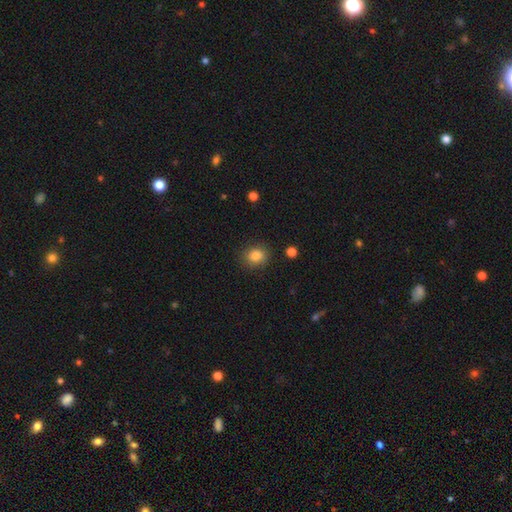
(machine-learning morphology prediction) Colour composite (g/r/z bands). It shows a smooth galaxy with no disk features (85%) that is round (72%). Merging: none (85%).